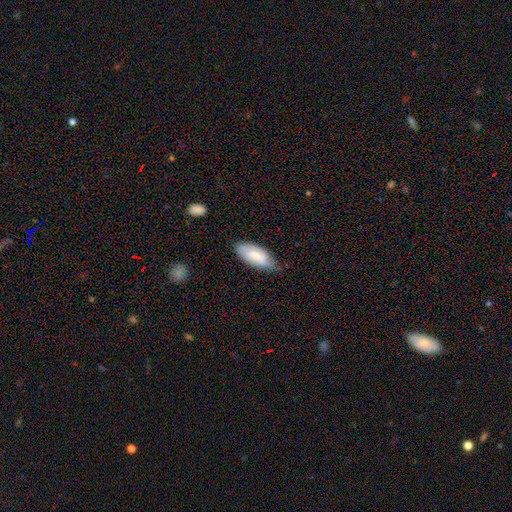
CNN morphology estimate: Q: Smooth or featured?
A: smooth (67%); runner-up: featured or disk (27%)
Q: How rounded?
A: in between (86%); runner-up: cigar-shaped (12%)
Q: Merging?
A: none (64%); runner-up: minor disturbance (29%)